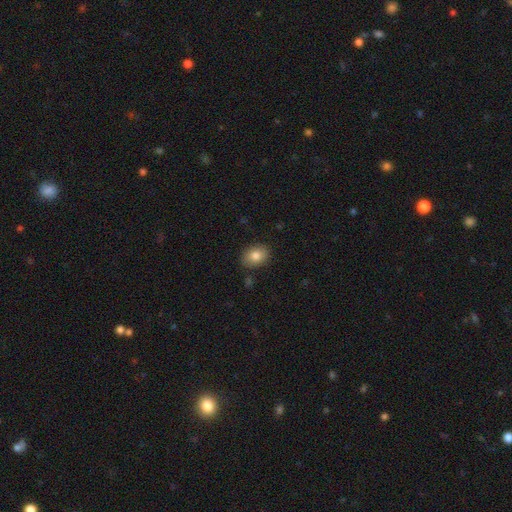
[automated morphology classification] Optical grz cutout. It shows a smooth galaxy with no disk features (84%) that is in between round and cigar-shaped (68%). Merging: none (85%).